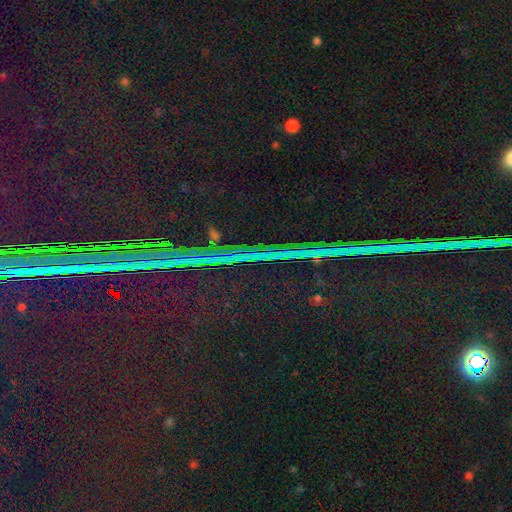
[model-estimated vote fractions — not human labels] Morphology: type=star or artifact (88%).